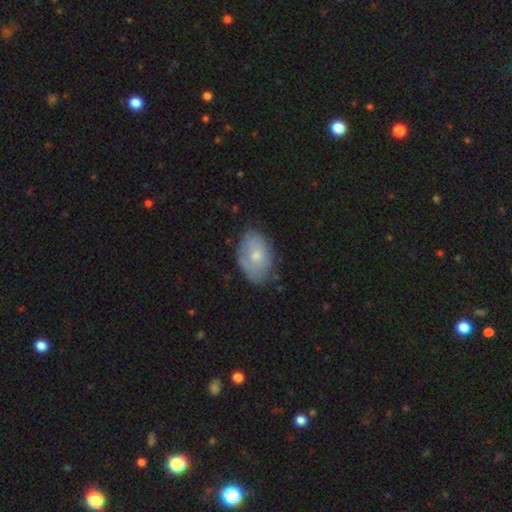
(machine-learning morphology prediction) The model was most divided on "smooth or featured": smooth: 61%, featured or disk: 32%, star or artifact: 7%. More confident: how rounded — in between (87%); merging — none (69%).